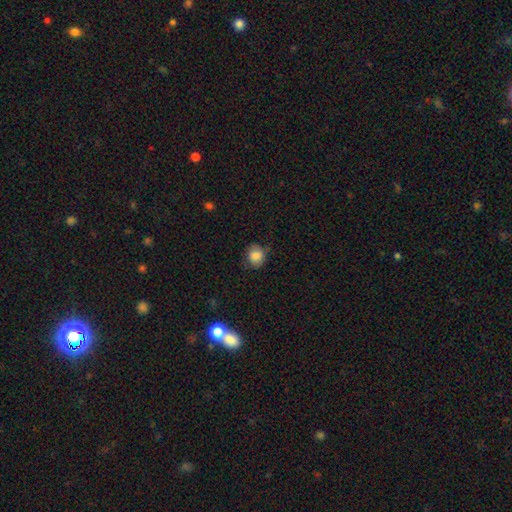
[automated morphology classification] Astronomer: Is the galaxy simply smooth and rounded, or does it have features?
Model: smooth — 81%.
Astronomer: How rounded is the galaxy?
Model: round — 68%.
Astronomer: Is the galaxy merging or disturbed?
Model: none — 71%.